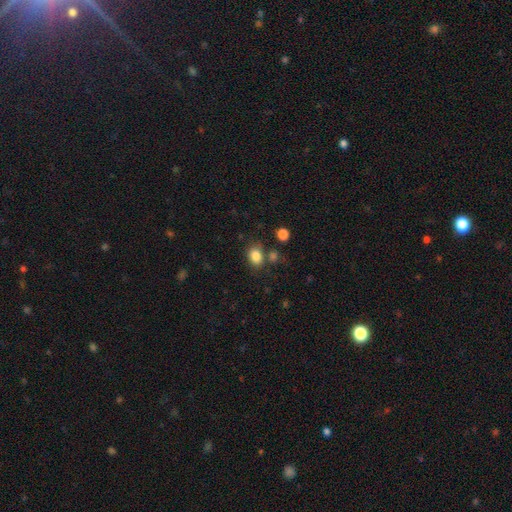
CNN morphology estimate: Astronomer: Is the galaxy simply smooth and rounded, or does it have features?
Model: smooth — 84%.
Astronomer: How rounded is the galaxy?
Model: in between — 59% (runner-up: round, 40%).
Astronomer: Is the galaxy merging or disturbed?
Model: none — 71%.